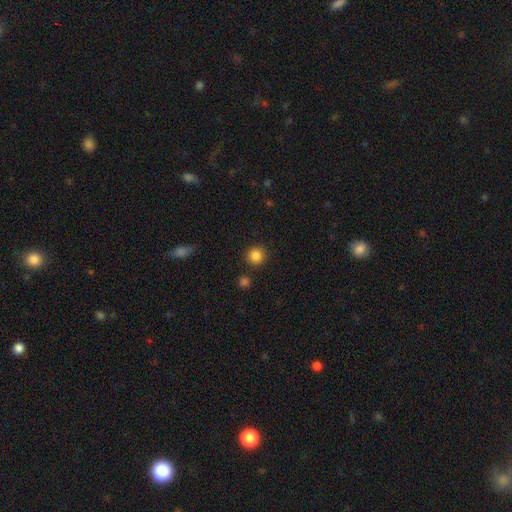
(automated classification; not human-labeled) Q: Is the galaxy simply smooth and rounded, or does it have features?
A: smooth — 85%.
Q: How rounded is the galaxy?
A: round — 93%.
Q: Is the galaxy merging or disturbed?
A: none — 88%.